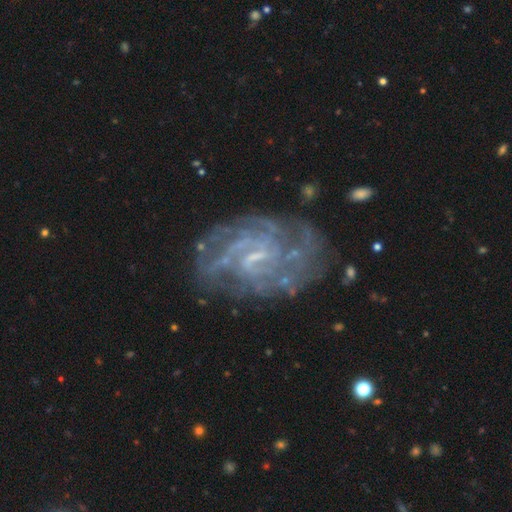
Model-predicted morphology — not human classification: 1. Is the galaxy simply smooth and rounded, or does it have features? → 85% featured or disk, 8% star or artifact, 7% smooth.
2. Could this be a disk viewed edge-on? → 97% no, 3% yes.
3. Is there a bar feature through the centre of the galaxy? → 56% weak, 27% no, 17% strong.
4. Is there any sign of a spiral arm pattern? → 93% yes, 7% no.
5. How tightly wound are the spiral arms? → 54% tight, 36% medium, 10% loose.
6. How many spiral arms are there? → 37% can't tell, 16% 2, 16% 3, 15% 4, 8% more than 4, 7% 1.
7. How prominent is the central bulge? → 57% small, 25% none, 16% moderate, 1% large, 1% dominant.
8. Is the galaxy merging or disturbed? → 70% none, 17% minor disturbance, 10% major disturbance, 3% merger.